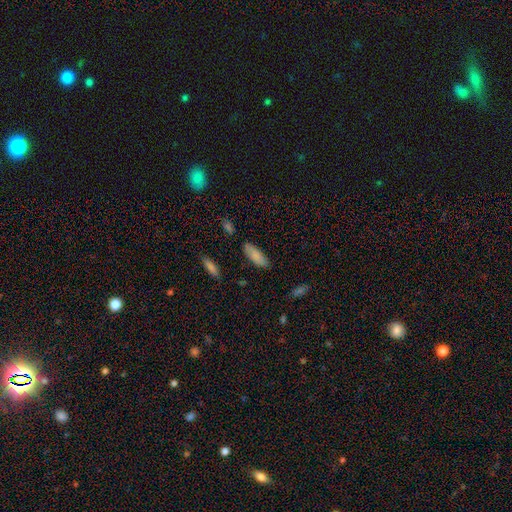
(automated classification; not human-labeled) The model was most divided on "how rounded": in between: 71%, cigar-shaped: 28%, round: 2%. More confident: smooth or featured — smooth (84%); merging — none (83%).